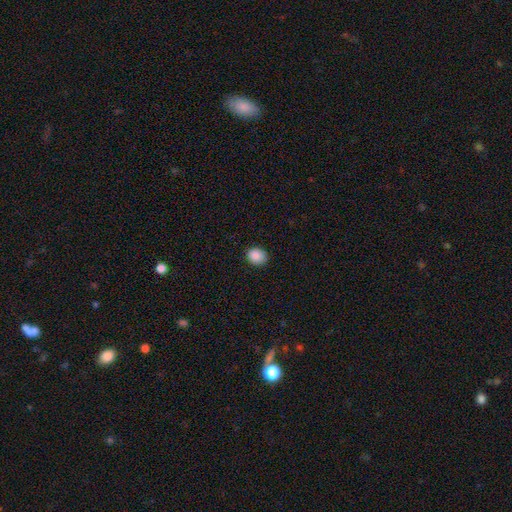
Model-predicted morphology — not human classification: The model was most divided on "how rounded": round: 60%, in between: 39%, cigar-shaped: 1%. More confident: smooth or featured — smooth (88%); merging — none (87%).